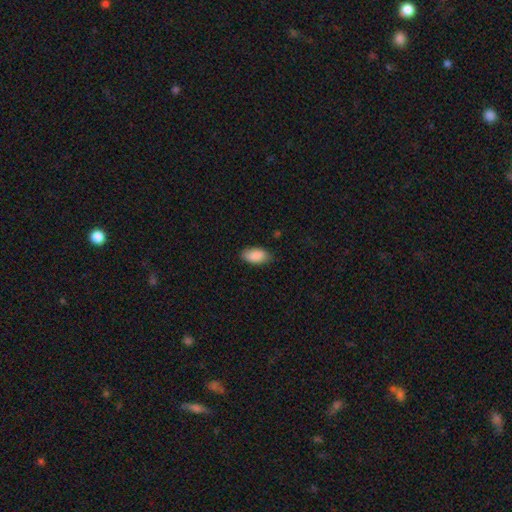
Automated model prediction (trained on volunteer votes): smooth-or-featured: smooth: 89% | star or artifact: 7% | featured or disk: 4%
  how-rounded: in between: 94% | cigar-shaped: 3% | round: 3%
  merging: none: 81% | minor disturbance: 15% | major disturbance: 3% | merger: 1%